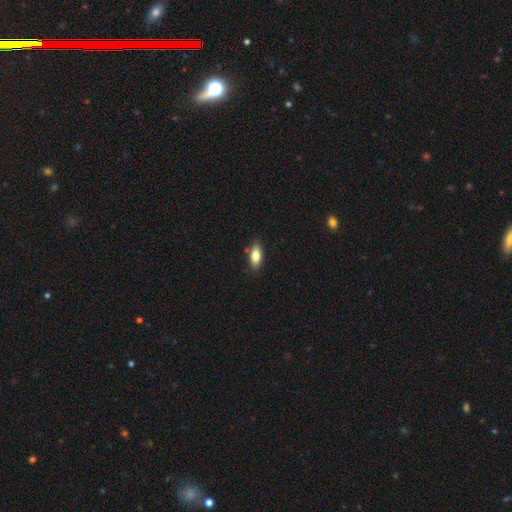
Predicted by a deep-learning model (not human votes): Smooth or featured: smooth — 77% (featured or disk — 16%)
How rounded: in between — 80% (cigar-shaped — 17%)
Merging: none — 83% (minor disturbance — 12%)